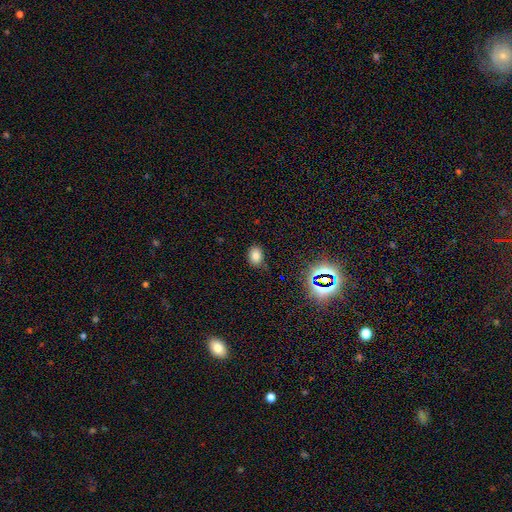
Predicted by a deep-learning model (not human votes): smooth 77%, star or artifact 16%, featured or disk 6%. Down the decision tree: how rounded — in between (67%); merging — none (82%).